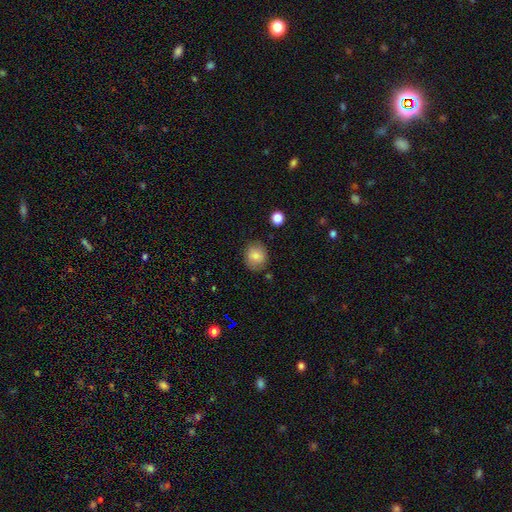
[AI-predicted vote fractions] Overall: smooth (83%). How rounded: round (78%). Merging: none (83%).